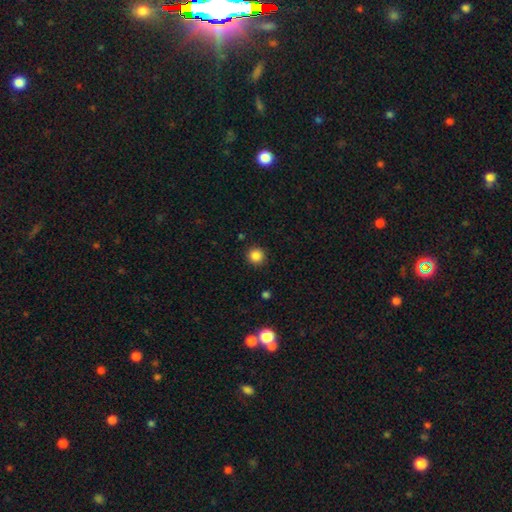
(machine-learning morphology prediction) A smooth galaxy with no disk features (85%) that is round (95%). Merging: none (92%).